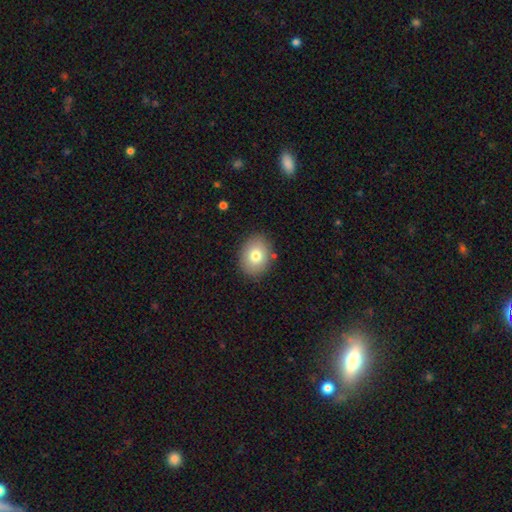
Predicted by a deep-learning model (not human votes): smooth 77%, featured or disk 13%, star or artifact 9%. Down the decision tree: how rounded — in between (58%); merging — none (87%).